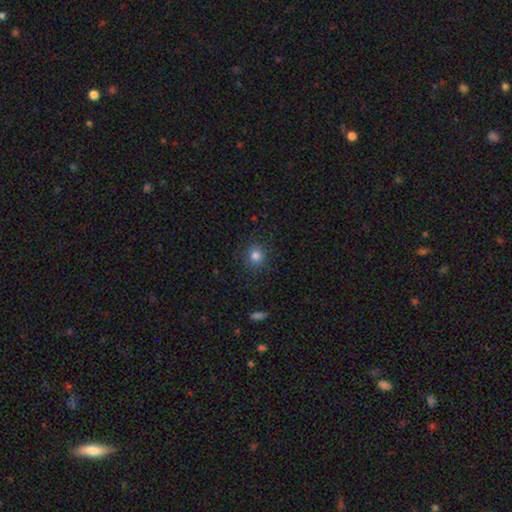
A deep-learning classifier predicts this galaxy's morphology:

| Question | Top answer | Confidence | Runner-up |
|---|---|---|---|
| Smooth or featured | smooth | 82% | star or artifact (12%) |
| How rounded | round | 83% | in between (16%) |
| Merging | none | 88% | minor disturbance (8%) |